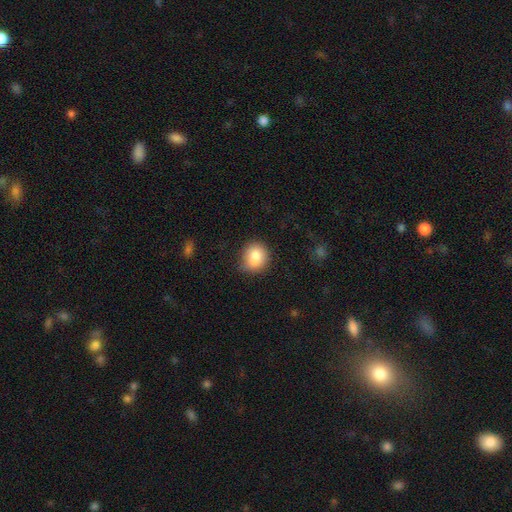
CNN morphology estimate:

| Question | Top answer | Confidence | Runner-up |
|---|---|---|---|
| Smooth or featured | smooth | 83% | star or artifact (9%) |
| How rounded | round | 72% | in between (27%) |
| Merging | none | 67% | minor disturbance (24%) |